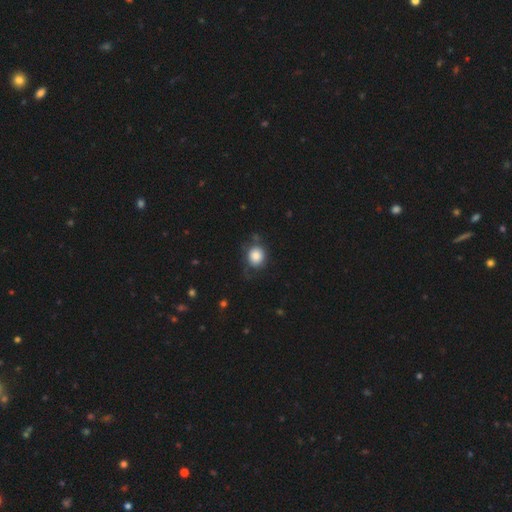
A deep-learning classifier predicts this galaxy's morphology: Smooth or featured? Predicted: smooth (p=0.81). How rounded? Predicted: round (p=0.71). Merging? Predicted: none (p=0.65).